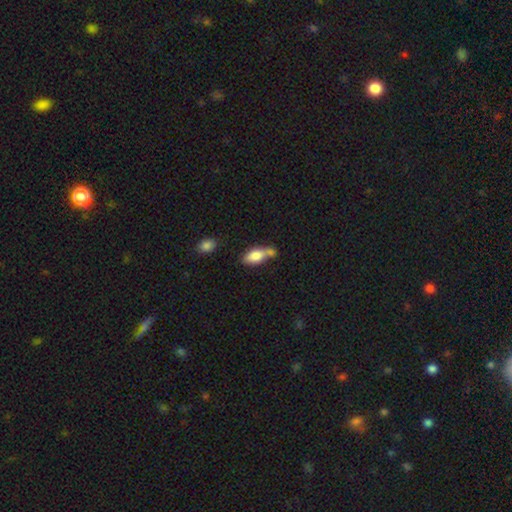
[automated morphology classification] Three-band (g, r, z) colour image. It shows a smooth galaxy with no disk features (77%) that is in between round and cigar-shaped (83%). Merging: none (38%).